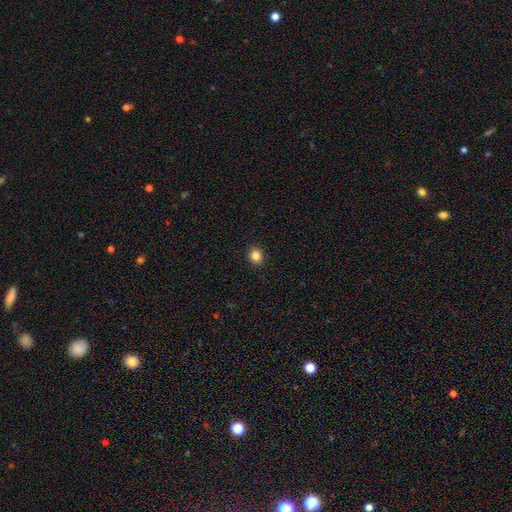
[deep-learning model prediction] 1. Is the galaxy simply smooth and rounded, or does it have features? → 84% smooth, 12% star or artifact, 5% featured or disk.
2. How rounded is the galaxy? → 75% round, 24% in between, 1% cigar-shaped.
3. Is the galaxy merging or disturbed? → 92% none, 6% minor disturbance, 2% major disturbance, 1% merger.